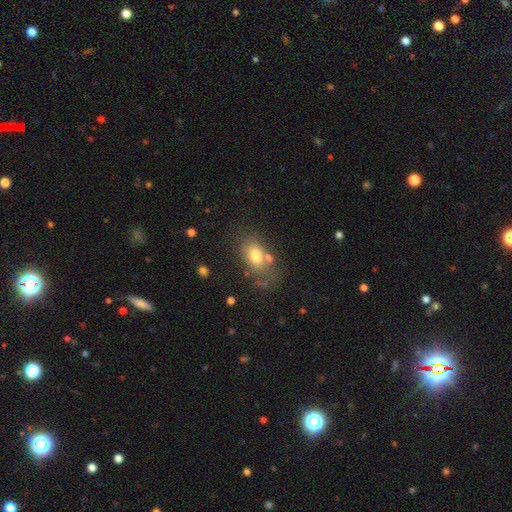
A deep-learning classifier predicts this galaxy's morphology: Smooth or featured? smooth (73%)
How rounded? in between (82%)
Merging? none (57%)